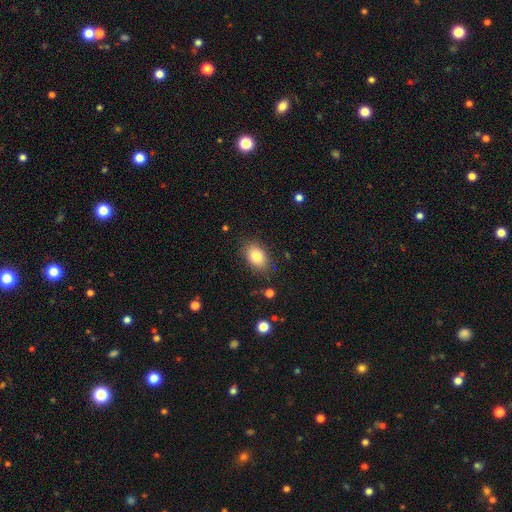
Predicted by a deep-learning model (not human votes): smooth_or_featured: smooth (p=0.83) [alt: featured or disk p=0.09]
how_rounded: in between (p=0.84) [alt: round p=0.15]
merging: none (p=0.83) [alt: minor disturbance p=0.12]